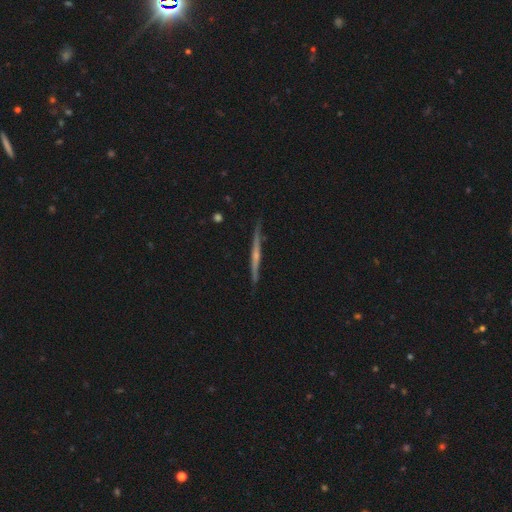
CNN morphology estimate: A featured or disk galaxy (74%) viewed edge-on (98%) with a rounded central bulge (55%). Merging: none (89%).